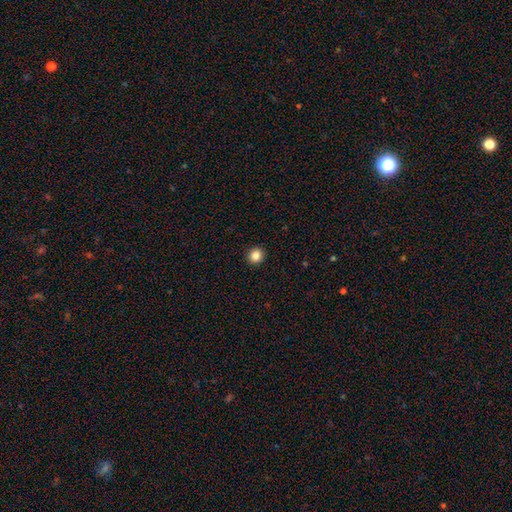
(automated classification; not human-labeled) A smooth galaxy with no disk features (85%) that is round (87%). Merging: none (93%).